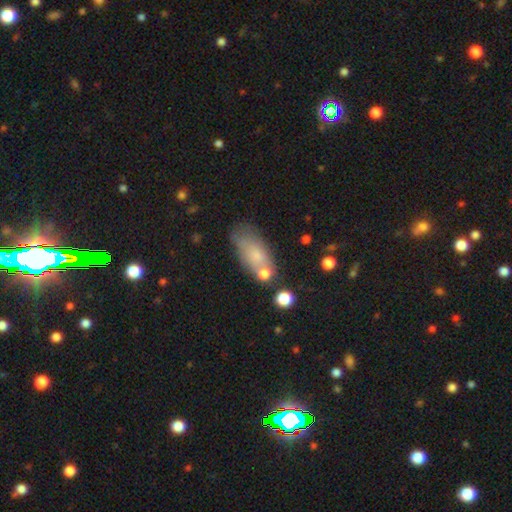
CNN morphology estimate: A smooth galaxy with no disk features (70%) that is in between round and cigar-shaped (84%). Merging: none (51%).